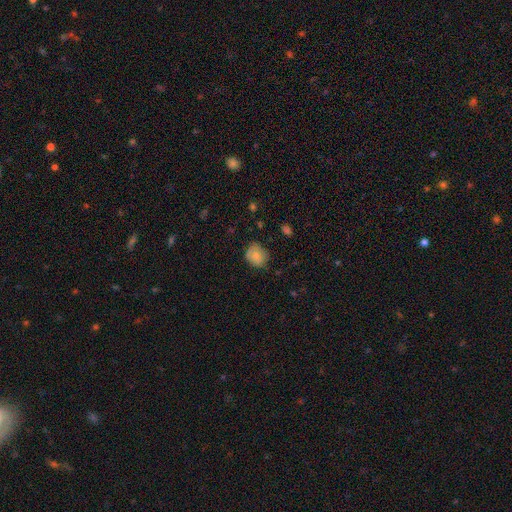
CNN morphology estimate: Smooth or featured? Predicted: smooth (p=0.77). How rounded? Predicted: round (p=0.68). Merging? Predicted: none (p=0.65).